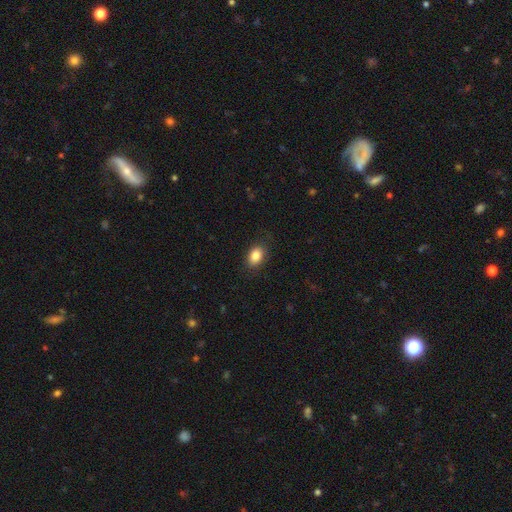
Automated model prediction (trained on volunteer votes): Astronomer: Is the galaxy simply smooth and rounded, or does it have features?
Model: smooth — 86%.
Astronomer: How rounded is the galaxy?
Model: in between — 80%.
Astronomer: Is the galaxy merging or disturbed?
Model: none — 84%.